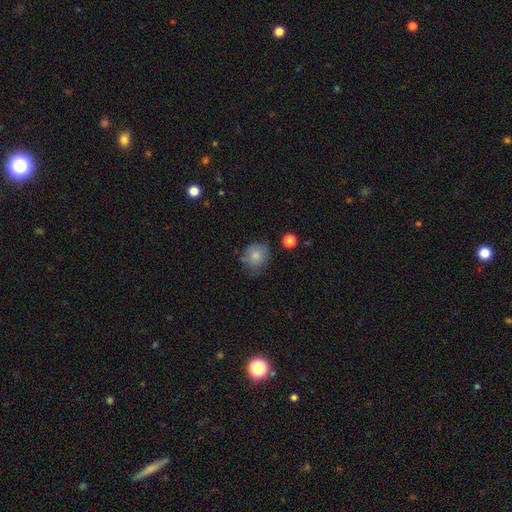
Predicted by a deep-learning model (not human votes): This is clearly a smooth galaxy (81%). How rounded: likely round (74%). Merging: likely none (65%).